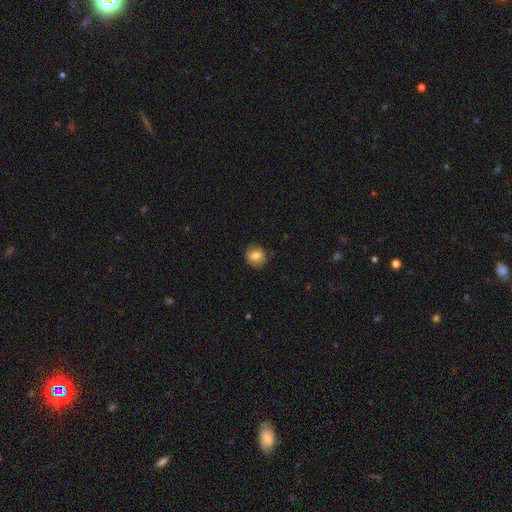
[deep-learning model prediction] Smooth or featured? Predicted: smooth (p=0.78). How rounded? Predicted: round (p=0.80). Merging? Predicted: none (p=0.86).